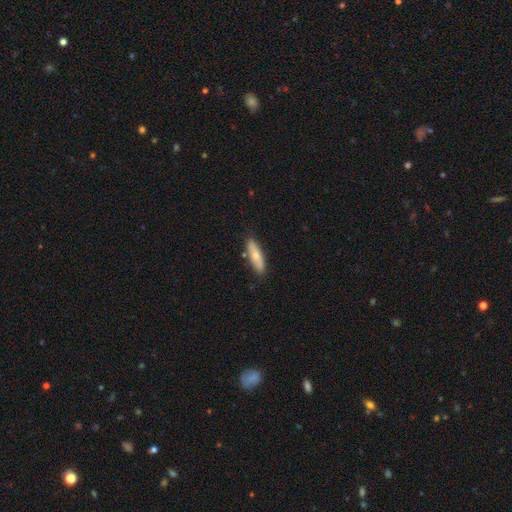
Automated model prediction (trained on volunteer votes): Smooth or featured?
  - smooth: 68% *
  - featured or disk: 26%
  - star or artifact: 6%
How rounded?
  - cigar-shaped: 58% *
  - in between: 40%
  - round: 2%
Merging?
  - none: 83% *
  - minor disturbance: 12%
  - merger: 3%
  - major disturbance: 2%